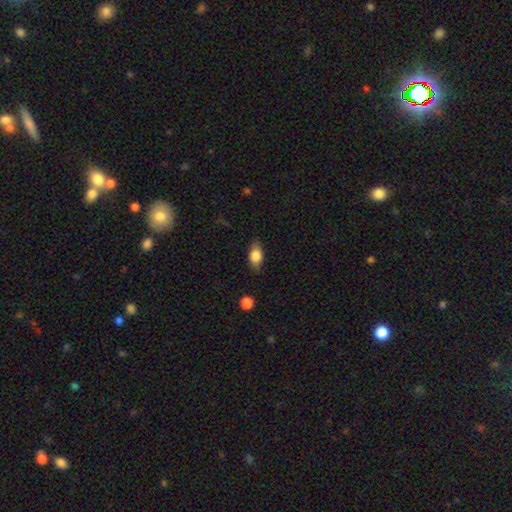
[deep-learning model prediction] Smooth or featured? smooth (79%)
How rounded? in between (83%)
Merging? none (79%)